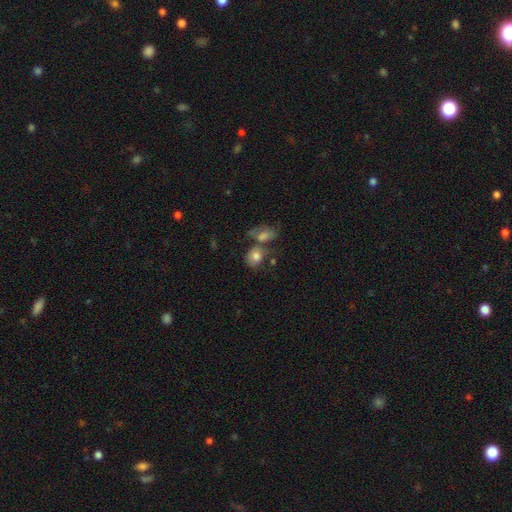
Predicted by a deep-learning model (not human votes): smooth-or-featured: smooth: 78% | featured or disk: 13% | star or artifact: 9%
  how-rounded: round: 49% (tied) | in between: 49% (tied) | cigar-shaped: 2%
  merging: merger: 40% | none: 38% | minor disturbance: 14% | major disturbance: 8%